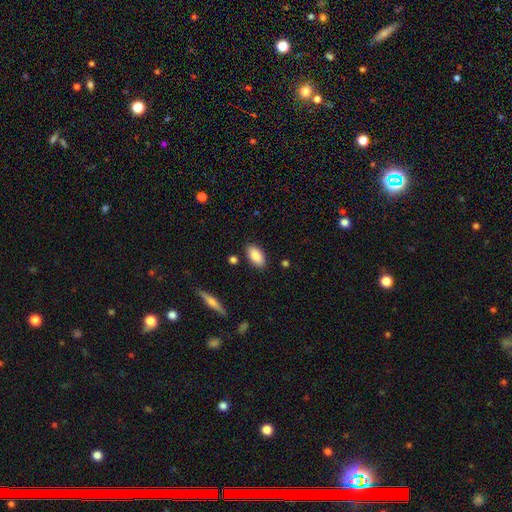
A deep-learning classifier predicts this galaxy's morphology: Smooth or featured? Predicted: smooth (p=0.86). How rounded? Predicted: in between (p=0.92). Merging? Predicted: none (p=0.85).